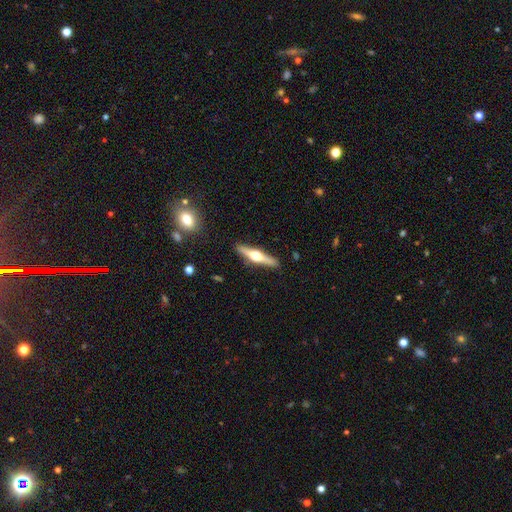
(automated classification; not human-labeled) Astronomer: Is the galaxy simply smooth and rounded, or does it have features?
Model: featured or disk — 66%.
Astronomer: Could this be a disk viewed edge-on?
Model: yes — 97%.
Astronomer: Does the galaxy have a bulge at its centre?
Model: rounded — 94%.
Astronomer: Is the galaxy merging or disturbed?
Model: none — 90%.